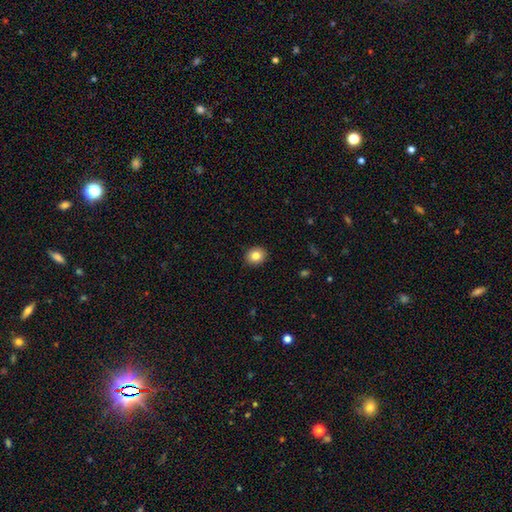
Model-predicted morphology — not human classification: smooth-or-featured: smooth: 83% | star or artifact: 9% | featured or disk: 8%
  how-rounded: round: 70% | in between: 29% | cigar-shaped: 1%
  merging: none: 91% | minor disturbance: 6% | major disturbance: 2% | merger: 1%